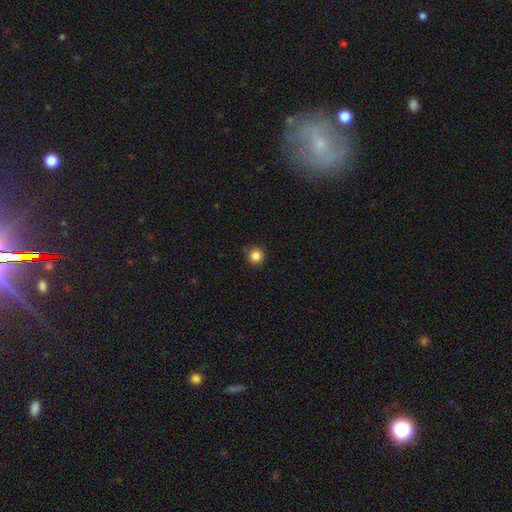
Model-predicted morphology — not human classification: Overall: smooth (86%). How rounded: round (94%). Merging: none (86%).